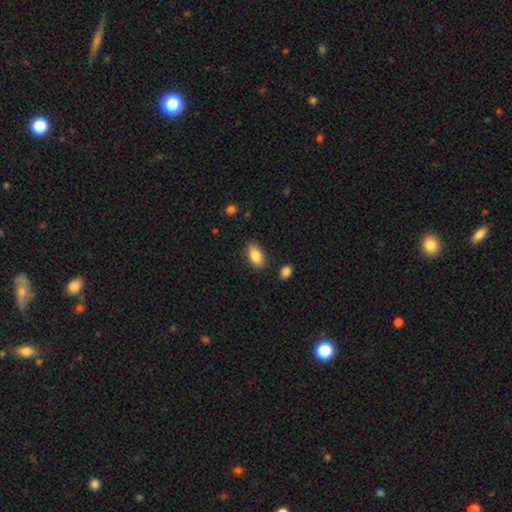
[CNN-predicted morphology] The model was most divided on "merging": none: 83%, minor disturbance: 12%, major disturbance: 3%, merger: 2%. More confident: how rounded — in between (91%); smooth or featured — smooth (85%).